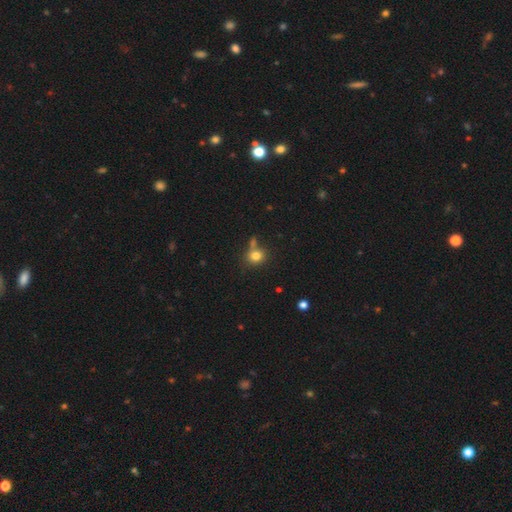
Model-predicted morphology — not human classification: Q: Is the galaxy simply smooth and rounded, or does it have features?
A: smooth — 80%.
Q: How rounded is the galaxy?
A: round — 72%.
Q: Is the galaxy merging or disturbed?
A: none — 62%.